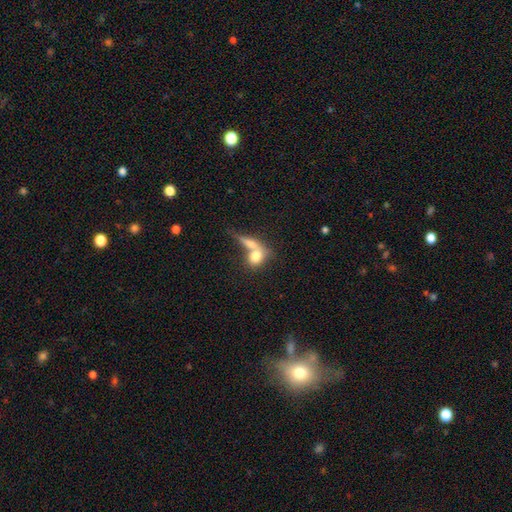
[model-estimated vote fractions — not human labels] Smooth or featured?
  - smooth: 75% *
  - featured or disk: 18%
  - star or artifact: 7%
How rounded?
  - in between: 50% *
  - round: 43%
  - cigar-shaped: 7%
Merging?
  - merger: 59% *
  - none: 26%
  - minor disturbance: 8%
  - major disturbance: 7%